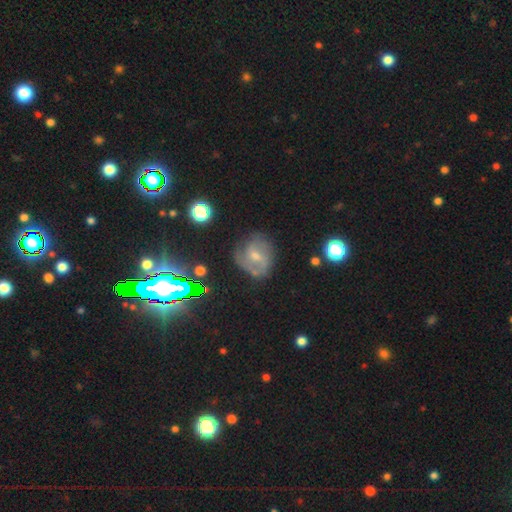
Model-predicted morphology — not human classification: Smooth or featured: featured or disk — 61% (smooth — 22%)
Edge-on disk: no — 96% (yes — 4%)
Bar: weak — 50% (no — 31%)
Spiral arms: yes — 84% (no — 16%)
Bulge size: small — 51% (moderate — 39%)
Merging: none — 67% (minor disturbance — 20%)